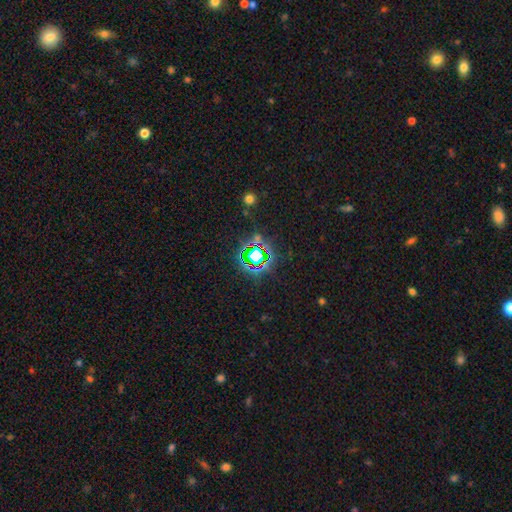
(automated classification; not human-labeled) Smooth or featured? star or artifact (75%)